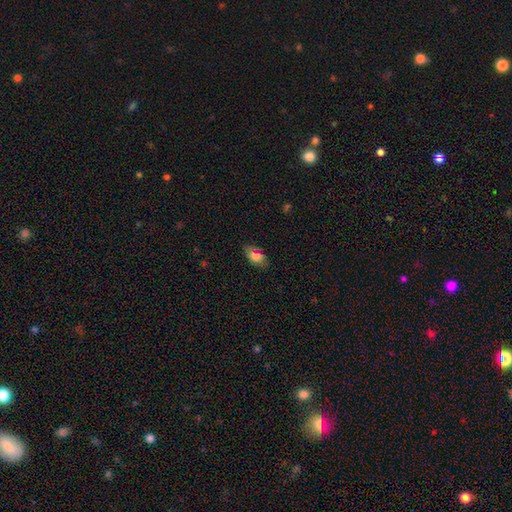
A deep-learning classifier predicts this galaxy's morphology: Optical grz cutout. It shows a smooth galaxy with no disk features (76%) that is in between round and cigar-shaped (91%). Merging: none (79%).